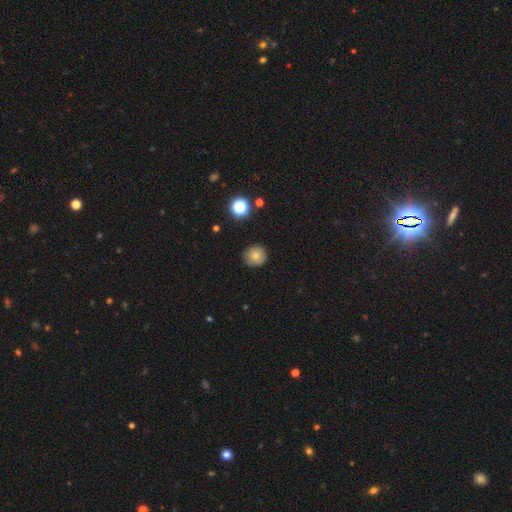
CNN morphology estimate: smooth_or_featured: smooth (p=0.74) [alt: featured or disk p=0.13]
how_rounded: round (p=0.94) [alt: in between p=0.05]
merging: none (p=0.88) [alt: minor disturbance p=0.09]